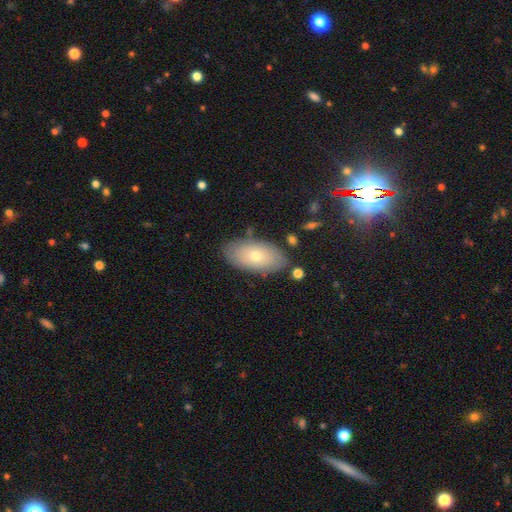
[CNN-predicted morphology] type=smooth (64%); roundness=in between (93%); merging=none (80%).